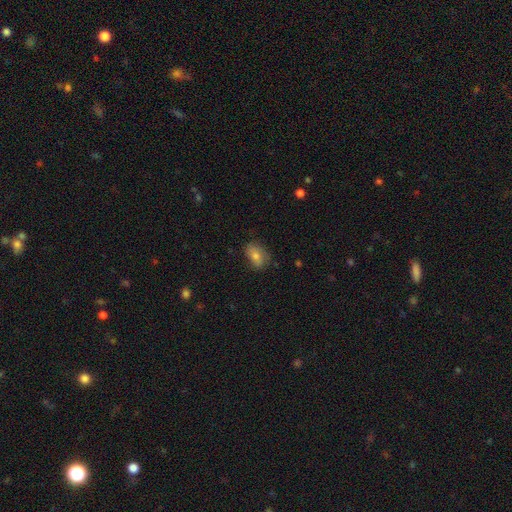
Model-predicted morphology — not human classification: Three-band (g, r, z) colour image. It shows a smooth galaxy with no disk features (71%) that is in between round and cigar-shaped (81%). Merging: none (71%).